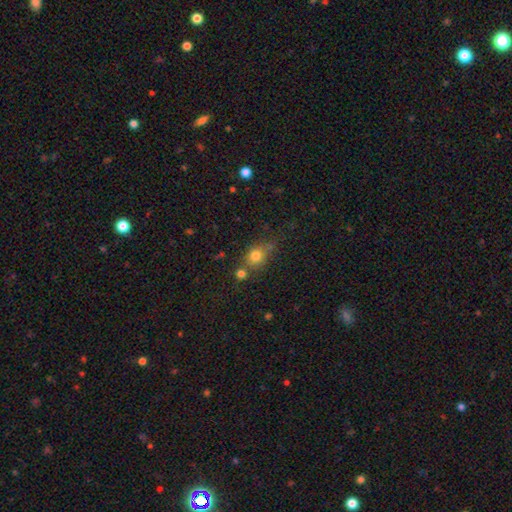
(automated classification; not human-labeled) smooth_or_featured: smooth (p=0.77) [alt: star or artifact p=0.13]
how_rounded: round (p=0.68) [alt: in between p=0.30]
merging: none (p=0.55) [alt: merger p=0.22]